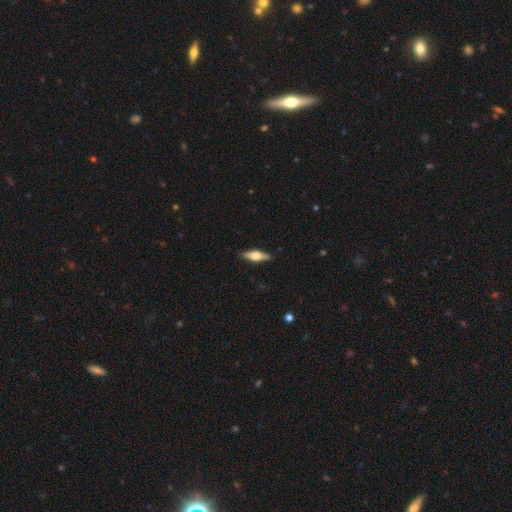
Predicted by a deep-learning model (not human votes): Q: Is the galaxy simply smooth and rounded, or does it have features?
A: featured or disk — 51%.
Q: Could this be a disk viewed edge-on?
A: yes — 94%.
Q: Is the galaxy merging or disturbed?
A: none — 89%.